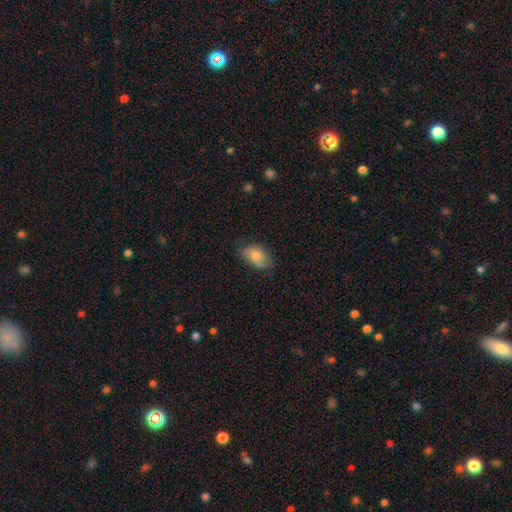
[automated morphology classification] Q: Smooth or featured?
A: smooth (69%); runner-up: featured or disk (23%)
Q: How rounded?
A: in between (86%); runner-up: round (12%)
Q: Merging?
A: none (67%); runner-up: minor disturbance (26%)